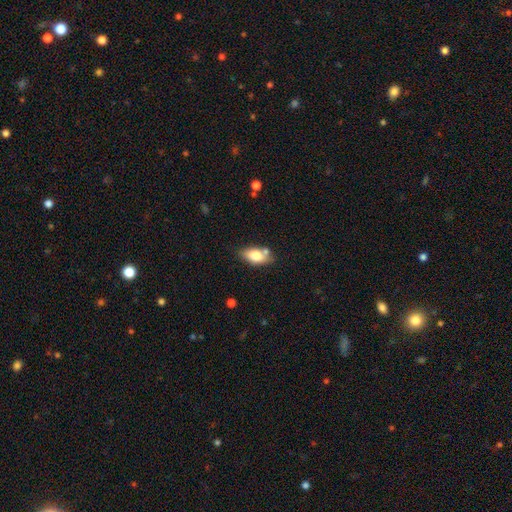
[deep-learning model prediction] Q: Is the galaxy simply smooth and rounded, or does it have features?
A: smooth — 77%.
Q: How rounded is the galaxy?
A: in between — 89%.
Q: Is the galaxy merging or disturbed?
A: none — 68%.